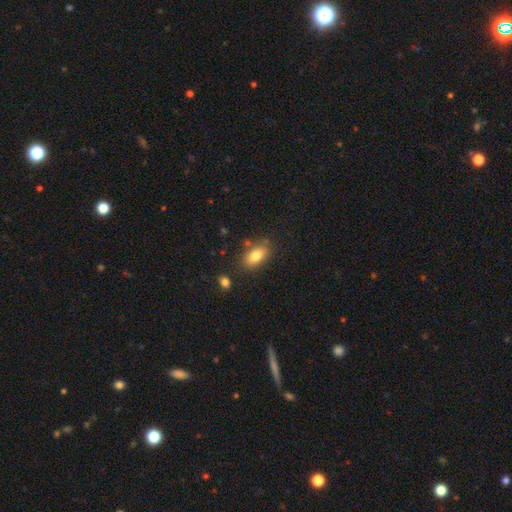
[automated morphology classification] Smooth or featured? Predicted: smooth (p=0.81). How rounded? Predicted: in between (p=0.90). Merging? Predicted: none (p=0.78).